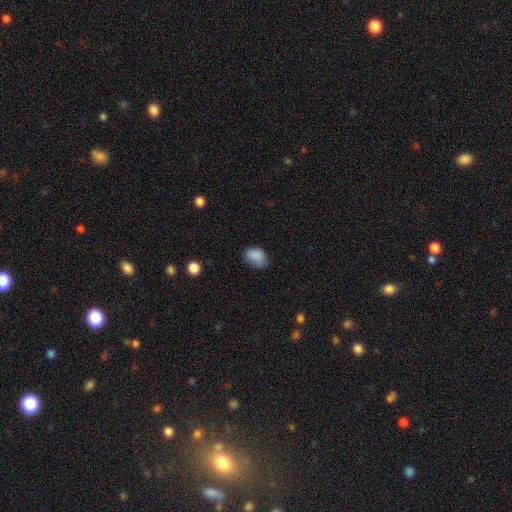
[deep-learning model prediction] smooth-or-featured: smooth: 87% | star or artifact: 9% | featured or disk: 4%
  how-rounded: in between: 76% | round: 23% | cigar-shaped: 1%
  merging: none: 70% | minor disturbance: 23% | major disturbance: 5% | merger: 1%